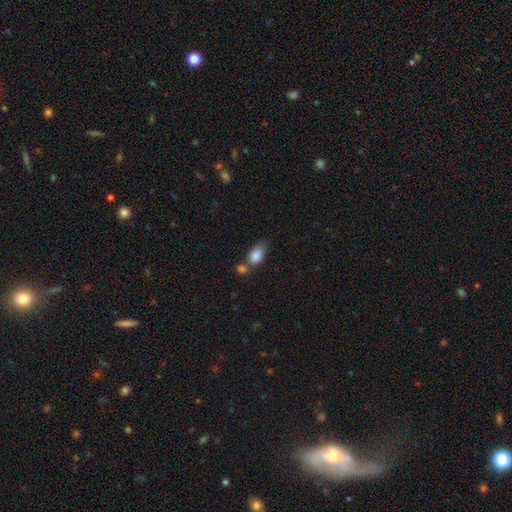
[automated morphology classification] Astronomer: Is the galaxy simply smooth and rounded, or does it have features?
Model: smooth — 85%.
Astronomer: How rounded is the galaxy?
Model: in between — 87%.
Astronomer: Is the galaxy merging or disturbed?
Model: merger — 41% (runner-up: none, 36%).